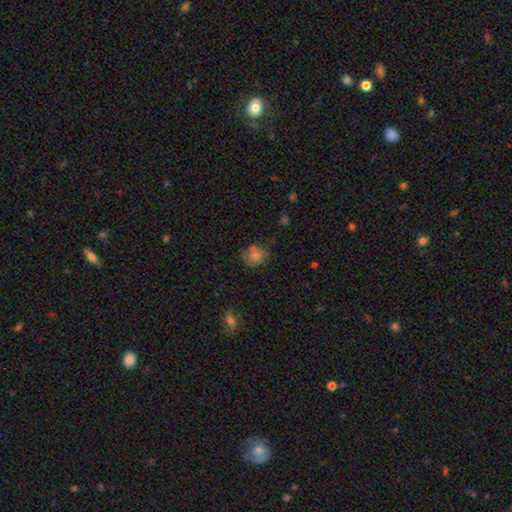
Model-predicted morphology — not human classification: smooth_or_featured: smooth (p=0.63) [alt: star or artifact p=0.23]
how_rounded: round (p=0.69) [alt: in between p=0.29]
merging: none (p=0.60) [alt: minor disturbance p=0.18]